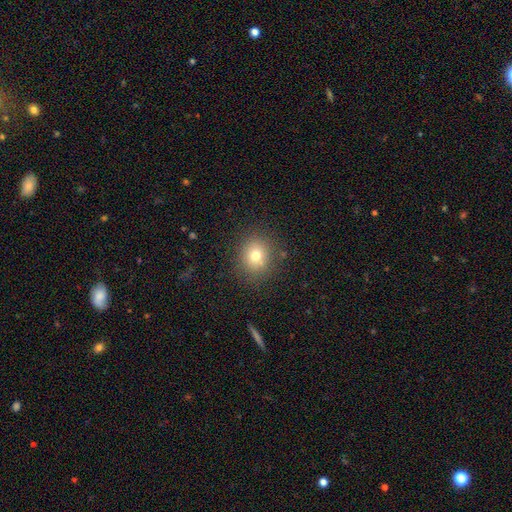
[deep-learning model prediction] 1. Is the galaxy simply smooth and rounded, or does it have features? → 75% smooth, 14% star or artifact, 11% featured or disk.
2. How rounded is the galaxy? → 77% round, 22% in between, 1% cigar-shaped.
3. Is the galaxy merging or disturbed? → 85% none, 9% minor disturbance, 4% major disturbance, 2% merger.